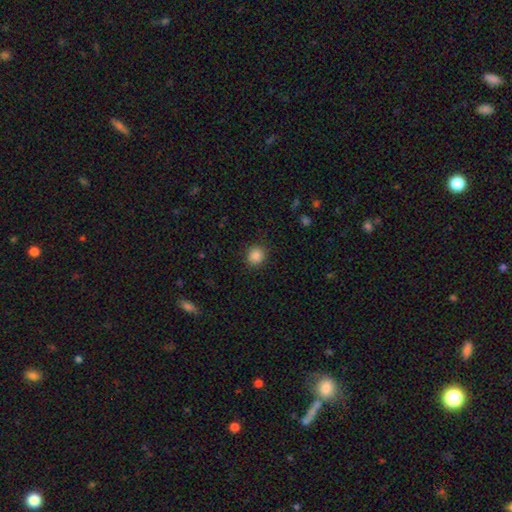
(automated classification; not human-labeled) The model was most divided on "smooth or featured": smooth: 87%, star or artifact: 10%, featured or disk: 3%. More confident: merging — none (90%); how rounded — round (88%).